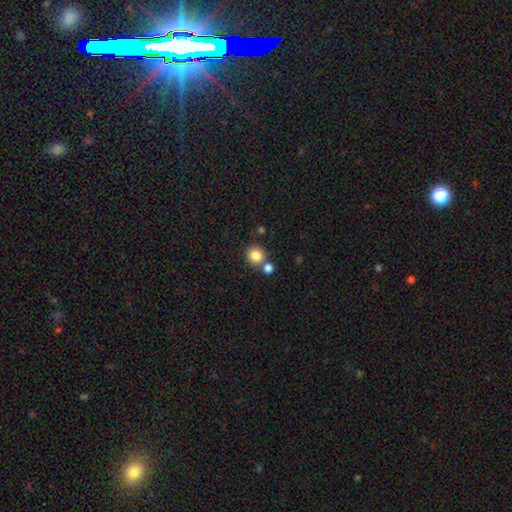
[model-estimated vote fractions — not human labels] The model was most divided on "merging": none: 67%, merger: 23%, minor disturbance: 8%, major disturbance: 3%. More confident: how rounded — round (88%); smooth or featured — smooth (84%).